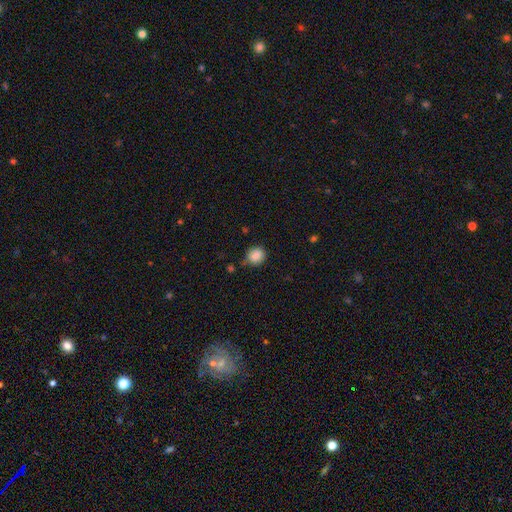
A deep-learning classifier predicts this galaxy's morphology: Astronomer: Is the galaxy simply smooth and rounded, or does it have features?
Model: smooth — 87%.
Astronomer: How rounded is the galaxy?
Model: round — 79%.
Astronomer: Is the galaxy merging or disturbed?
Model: none — 78%.